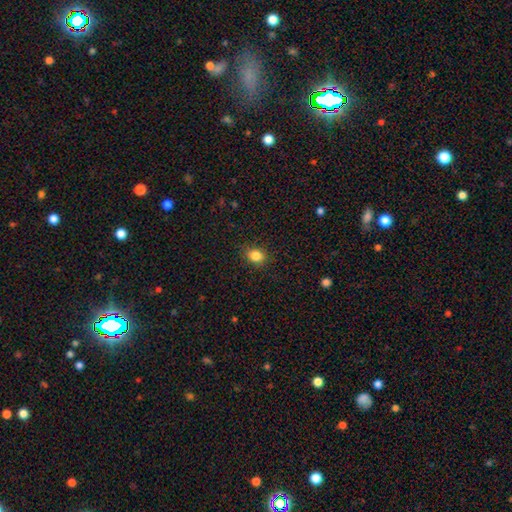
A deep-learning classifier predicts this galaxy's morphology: A smooth galaxy with no disk features (85%) that is in between round and cigar-shaped (55%).

Vote fractions:
- Smooth or featured? smooth: 85% / star or artifact: 10% / featured or disk: 5%
- How rounded? in between: 55% / round: 44% / cigar-shaped: 1%
- Merging? none: 86% / minor disturbance: 10% / major disturbance: 3% / merger: 1%